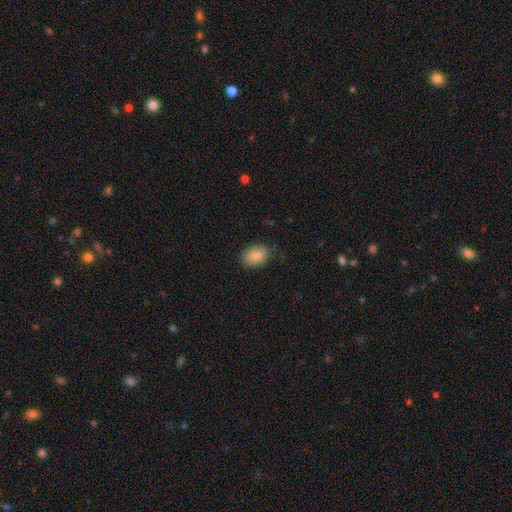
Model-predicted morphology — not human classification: type=smooth (85%); roundness=in between (80%); merging=none (80%).